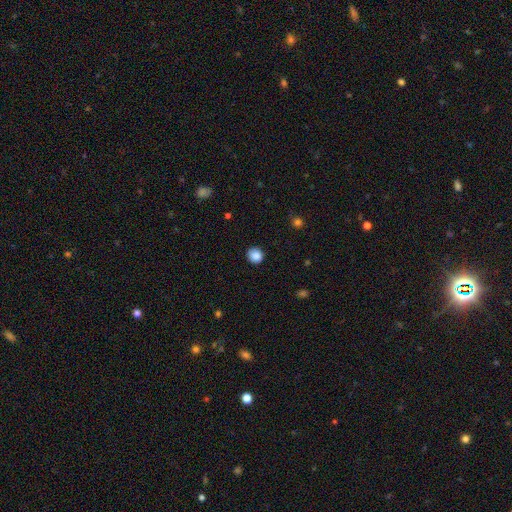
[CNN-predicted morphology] A smooth galaxy with no disk features (87%) that is round (90%). Merging: none (90%).